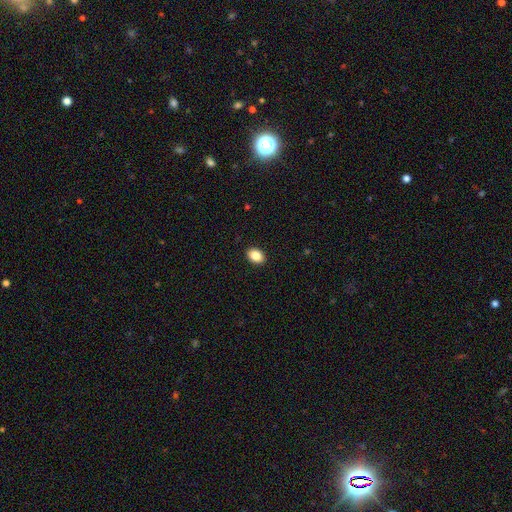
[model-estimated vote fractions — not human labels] The model was most divided on "how rounded": in between: 78%, round: 21%, cigar-shaped: 1%. More confident: merging — none (91%); smooth or featured — smooth (87%).